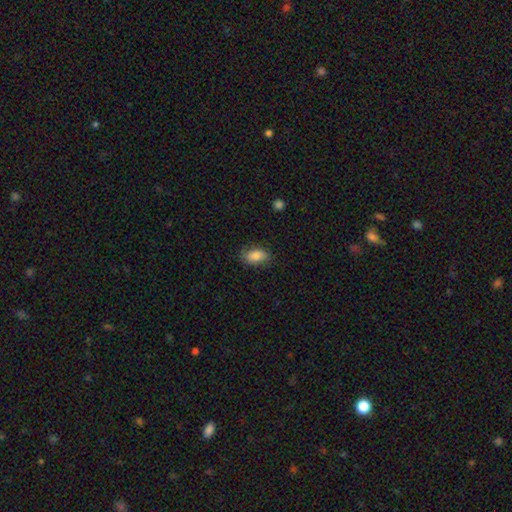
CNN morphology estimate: Smooth or featured?
  - smooth: 83% *
  - featured or disk: 10%
  - star or artifact: 7%
How rounded?
  - in between: 90% *
  - round: 7%
  - cigar-shaped: 3%
Merging?
  - none: 76% *
  - minor disturbance: 19%
  - major disturbance: 5%
  - merger: 1%